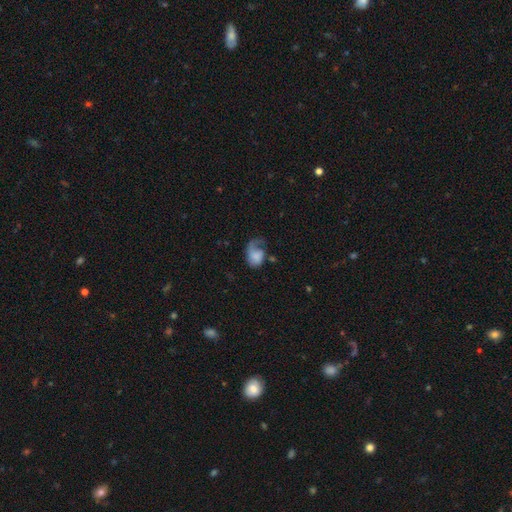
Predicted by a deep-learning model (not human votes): Smooth or featured? smooth (49%)
Merging? major disturbance (48%)